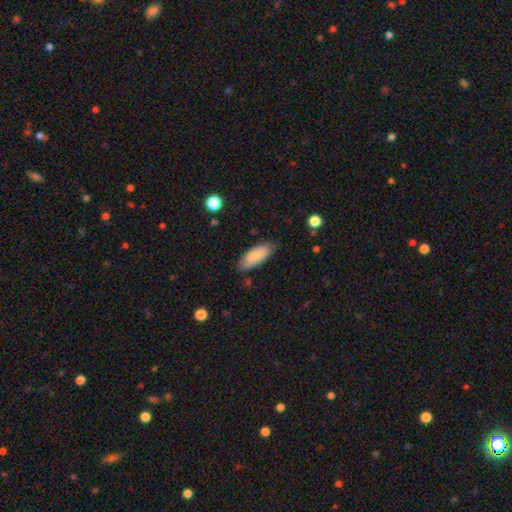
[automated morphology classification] type=smooth (85%); roundness=in between (72%); merging=none (81%).